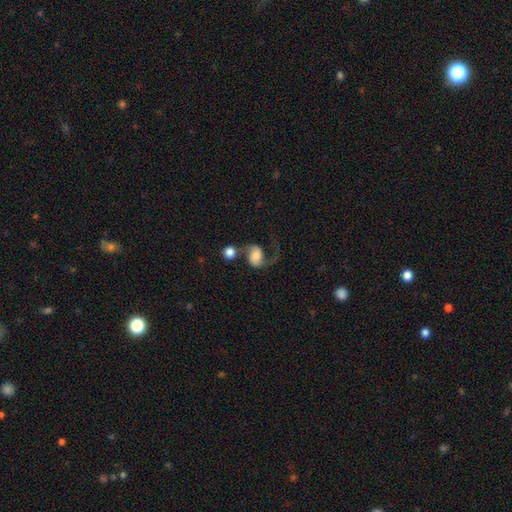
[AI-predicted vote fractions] The model was most divided on "merging": merger: 32%, none: 29%, major disturbance: 25%, minor disturbance: 13%. Remaining: edge-on disk — no (97%); spiral arms — yes (89%); bar — no (63%); smooth or featured — featured or disk (55%); bulge size — moderate (32%).